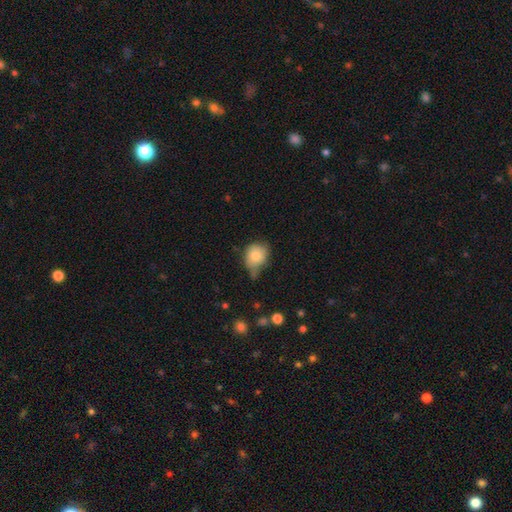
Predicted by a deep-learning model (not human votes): smooth-or-featured: smooth: 80% | featured or disk: 11% | star or artifact: 9%
  how-rounded: round: 69% | in between: 30% | cigar-shaped: 1%
  merging: none: 44% | minor disturbance: 37% | major disturbance: 10% | merger: 9%